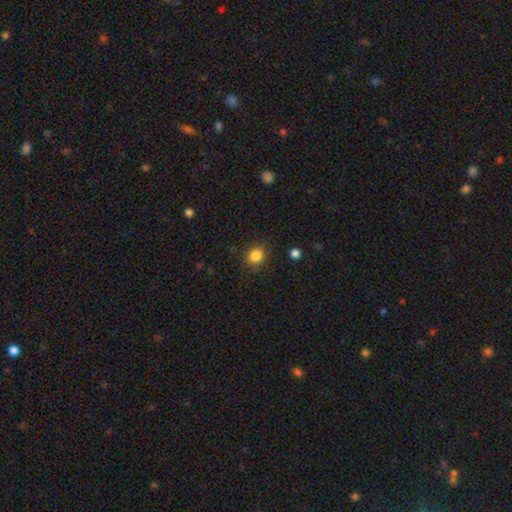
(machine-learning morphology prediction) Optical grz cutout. It shows a smooth galaxy with no disk features (85%) that is round (66%). Merging: none (87%).